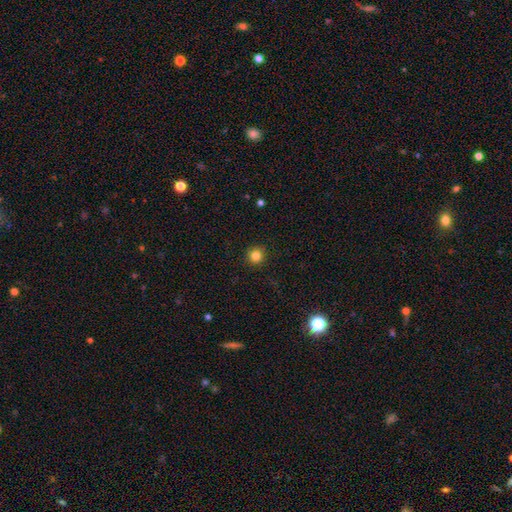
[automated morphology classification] Smooth or featured: smooth — 83% (star or artifact — 12%)
How rounded: round — 94% (in between — 5%)
Merging: none — 92% (minor disturbance — 5%)